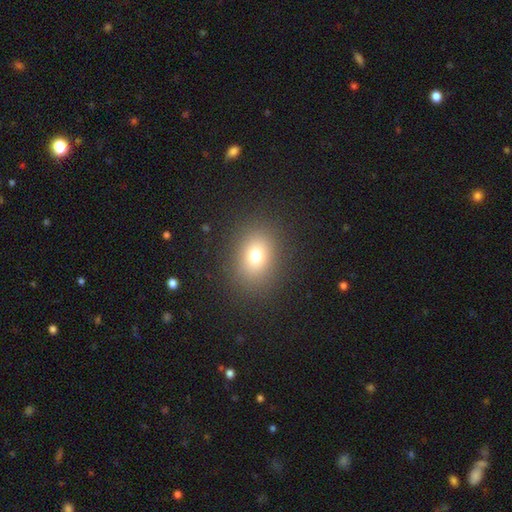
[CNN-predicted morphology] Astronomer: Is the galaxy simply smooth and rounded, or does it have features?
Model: smooth — 73%.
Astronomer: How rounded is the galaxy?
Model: in between — 50% (runner-up: round, 49%).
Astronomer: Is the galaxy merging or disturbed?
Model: none — 87%.